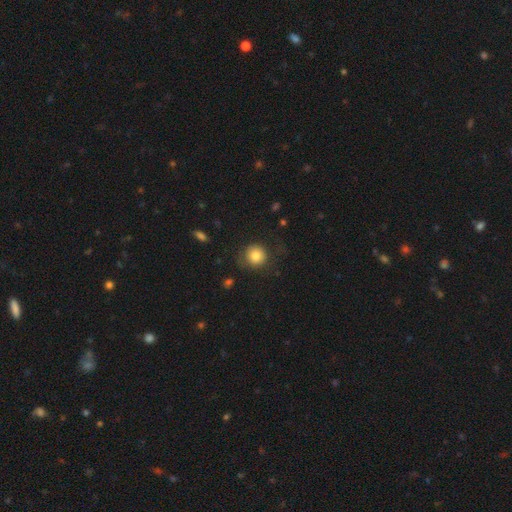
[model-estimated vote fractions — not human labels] smooth 82%, featured or disk 9%, star or artifact 9%. Down the decision tree: how rounded — round (90%); merging — none (71%).